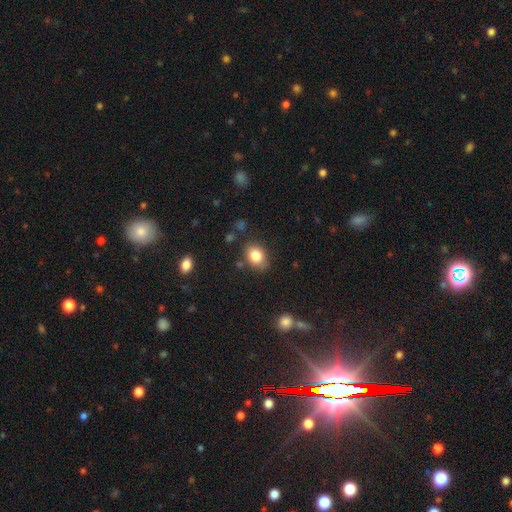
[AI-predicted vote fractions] The model was most divided on "how rounded": in between: 60%, round: 39%, cigar-shaped: 1%. More confident: smooth or featured — smooth (83%); merging — none (78%).